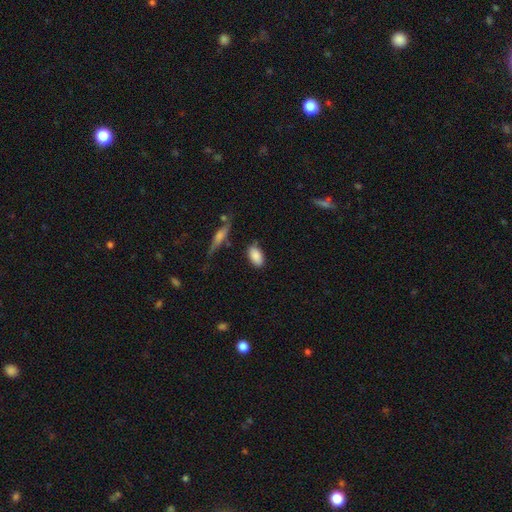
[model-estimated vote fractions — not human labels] Smooth or featured: smooth — 86% (featured or disk — 7%)
How rounded: in between — 92% (round — 5%)
Merging: none — 71% (minor disturbance — 20%)